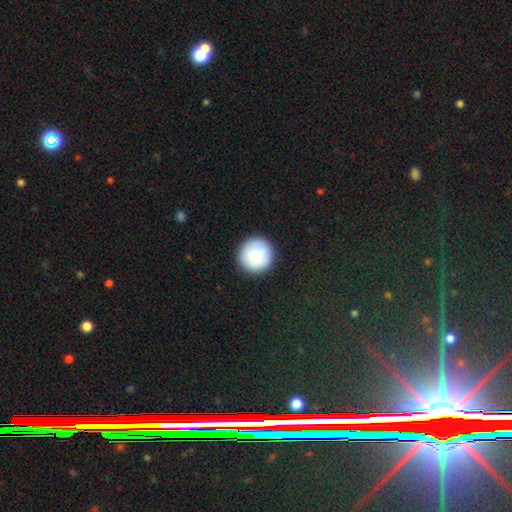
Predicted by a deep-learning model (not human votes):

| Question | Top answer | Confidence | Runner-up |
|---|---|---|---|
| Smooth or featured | smooth | 83% | featured or disk (10%) |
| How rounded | round | 96% | in between (3%) |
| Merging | none | 91% | minor disturbance (7%) |